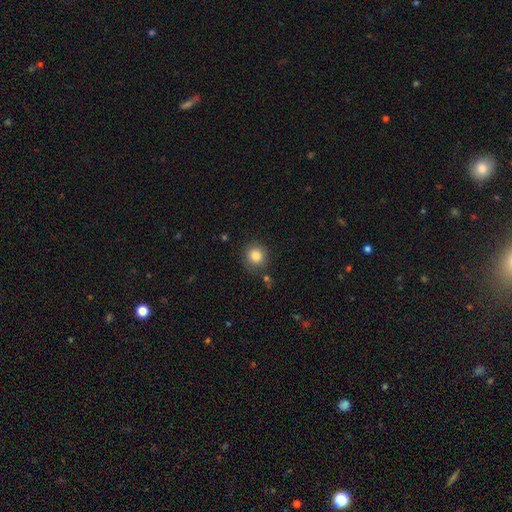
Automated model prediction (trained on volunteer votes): The model was most divided on "merging": none: 83%, minor disturbance: 11%, merger: 3%, major disturbance: 3%. More confident: how rounded — round (90%); smooth or featured — smooth (84%).